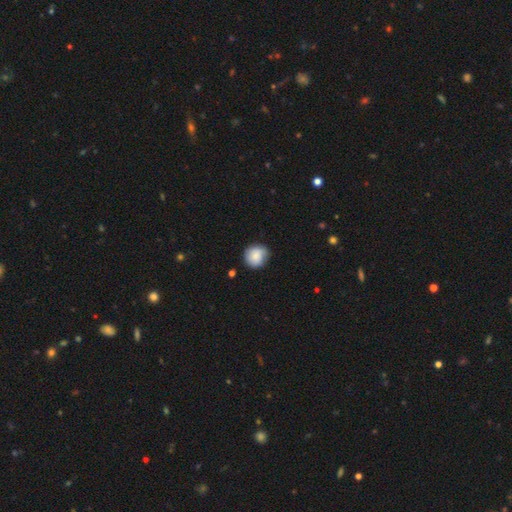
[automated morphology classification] smooth 81%, featured or disk 12%, star or artifact 7%. Down the decision tree: how rounded — round (88%); merging — none (71%).